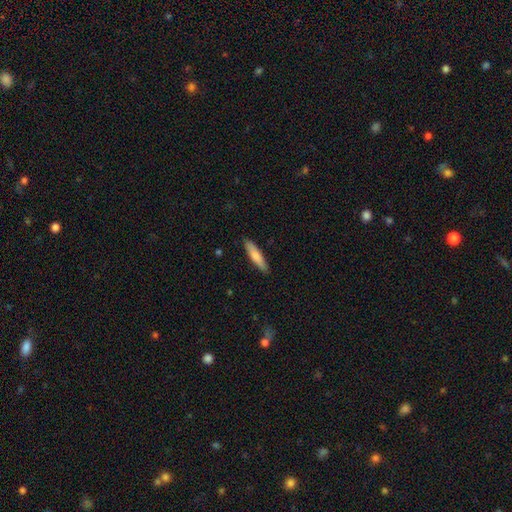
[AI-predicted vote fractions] Q: Smooth or featured?
A: smooth (75%); runner-up: featured or disk (20%)
Q: How rounded?
A: cigar-shaped (82%); runner-up: in between (17%)
Q: Merging?
A: none (89%); runner-up: minor disturbance (8%)